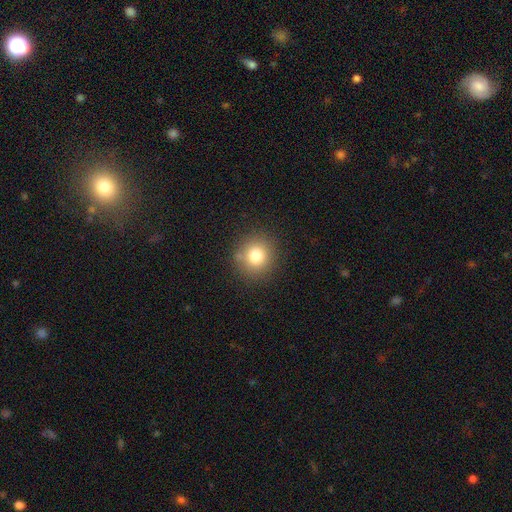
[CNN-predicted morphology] type=smooth (79%); roundness=round (90%); merging=none (85%).